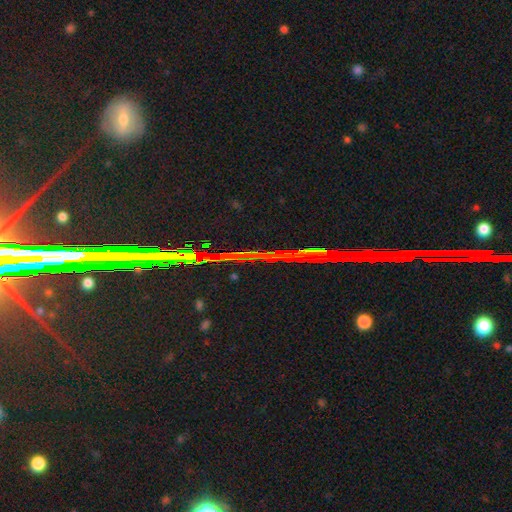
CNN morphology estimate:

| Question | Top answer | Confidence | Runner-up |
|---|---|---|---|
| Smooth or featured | star or artifact | 81% | featured or disk (11%) |